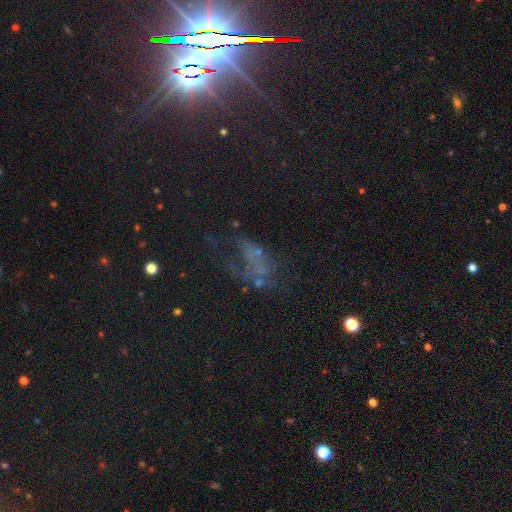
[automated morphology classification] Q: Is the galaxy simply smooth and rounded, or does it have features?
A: featured or disk — 40%.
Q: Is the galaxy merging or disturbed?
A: major disturbance — 43%.